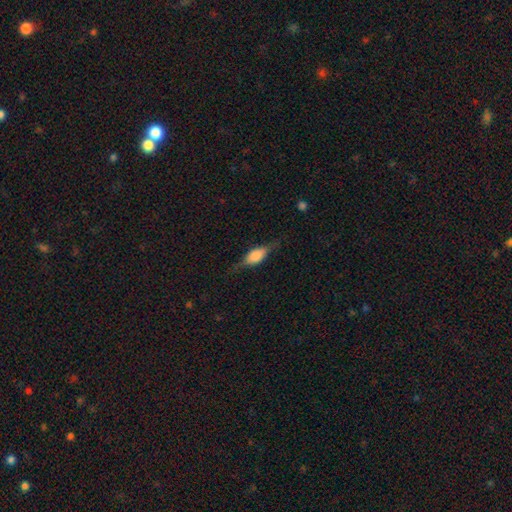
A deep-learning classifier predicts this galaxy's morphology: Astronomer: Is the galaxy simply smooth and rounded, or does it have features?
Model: smooth — 49% (runner-up: featured or disk, 43%).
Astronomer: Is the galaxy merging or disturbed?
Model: none — 70%.